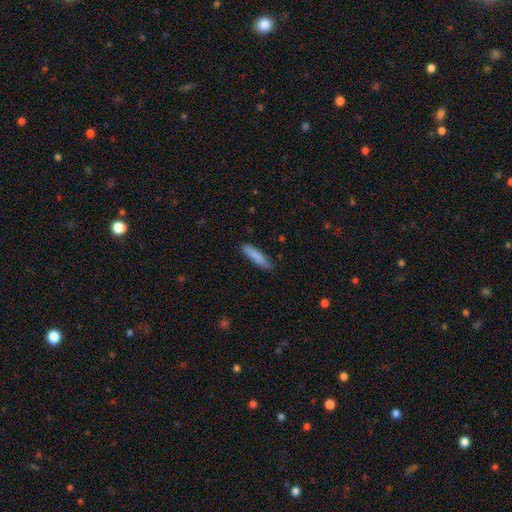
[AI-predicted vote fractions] Morphology: type=smooth (84%); roundness=cigar-shaped (82%); merging=none (86%).